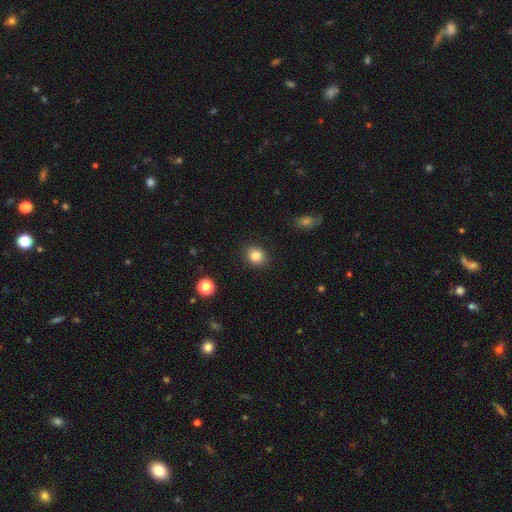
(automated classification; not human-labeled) Smooth or featured: smooth — 85% (star or artifact — 10%)
How rounded: round — 68% (in between — 31%)
Merging: none — 88% (minor disturbance — 8%)